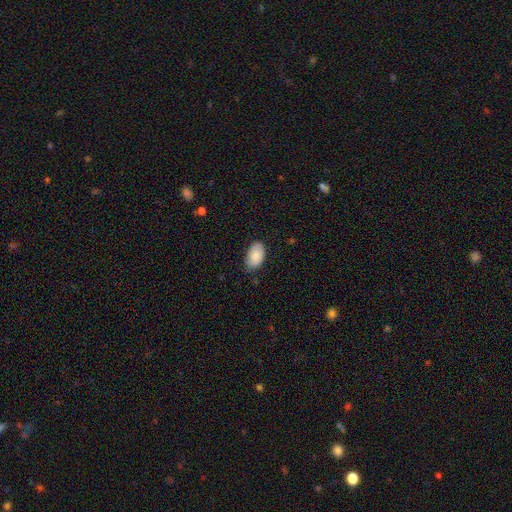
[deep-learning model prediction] Smooth or featured? Predicted: smooth (p=0.86). How rounded? Predicted: in between (p=0.94). Merging? Predicted: none (p=0.75).